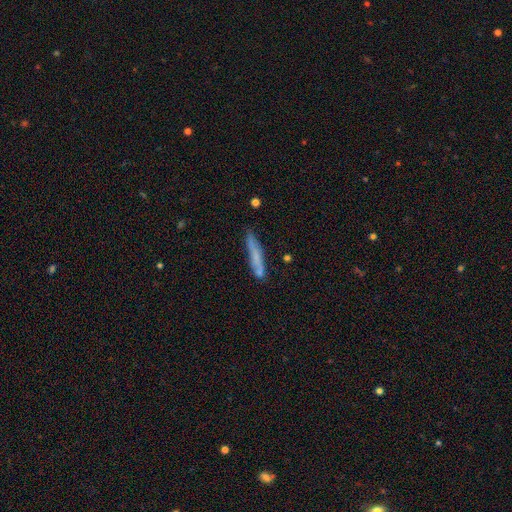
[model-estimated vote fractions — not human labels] Smooth or featured: smooth — 63% (featured or disk — 30%)
How rounded: cigar-shaped — 91% (in between — 7%)
Merging: none — 69% (minor disturbance — 19%)